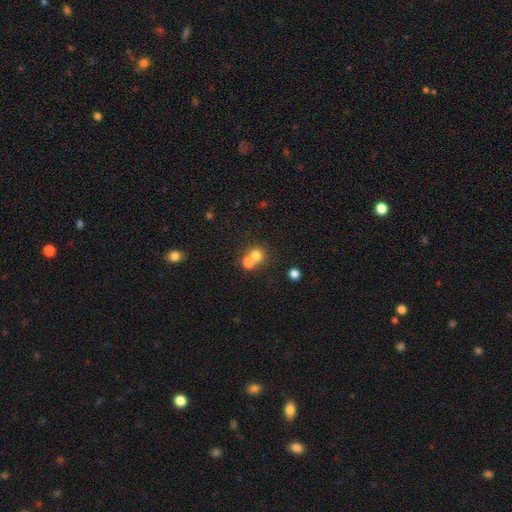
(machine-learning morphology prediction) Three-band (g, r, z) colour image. It shows a smooth galaxy with no disk features (74%) that is round (84%). Merging: merger (50%).